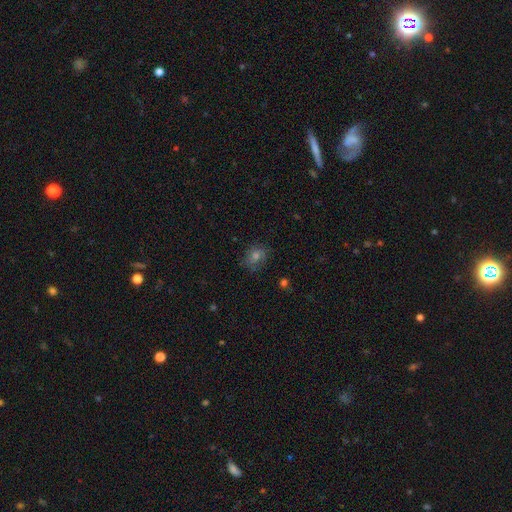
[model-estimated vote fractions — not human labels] Overall: smooth (55%; star or artifact 25%). How rounded: round (61%; in between 38%). Merging: none (75%).